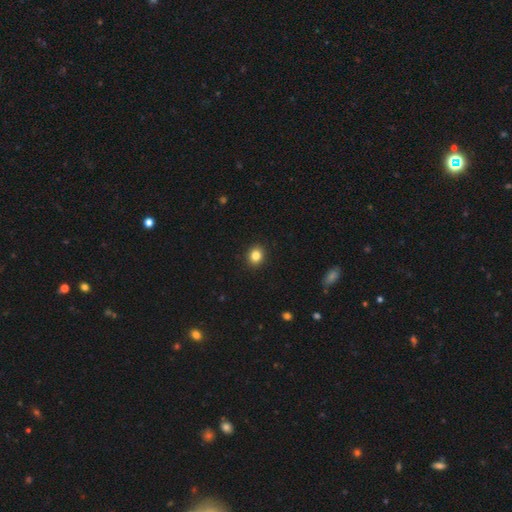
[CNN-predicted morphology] A smooth galaxy with no disk features (84%) that is round (71%).

Vote fractions:
- Smooth or featured? smooth: 84% / star or artifact: 11% / featured or disk: 5%
- How rounded? round: 71% / in between: 28% / cigar-shaped: 1%
- Merging? none: 92% / minor disturbance: 5% / major disturbance: 2% / merger: 1%